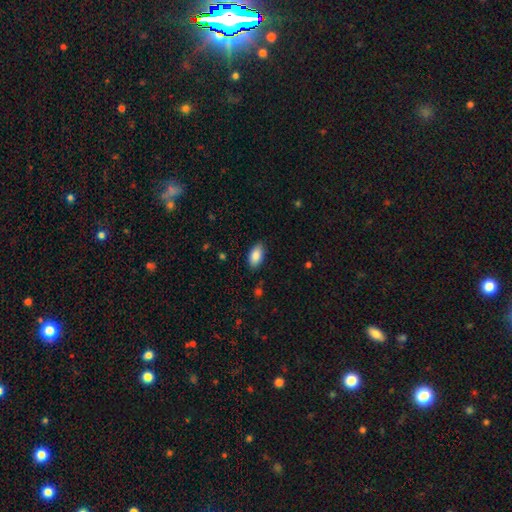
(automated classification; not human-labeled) This is clearly a smooth galaxy (88%). How rounded: clearly in between (94%). Merging: clearly none (87%).